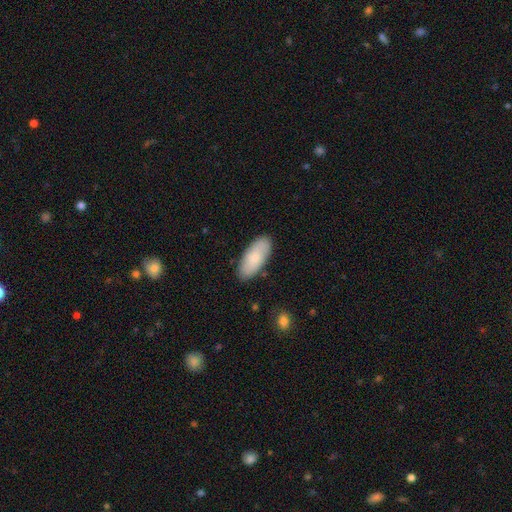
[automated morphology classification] This appears to be a smooth galaxy with no disk features (78%) that is in between round and cigar-shaped (87%). Merging: none (85%).